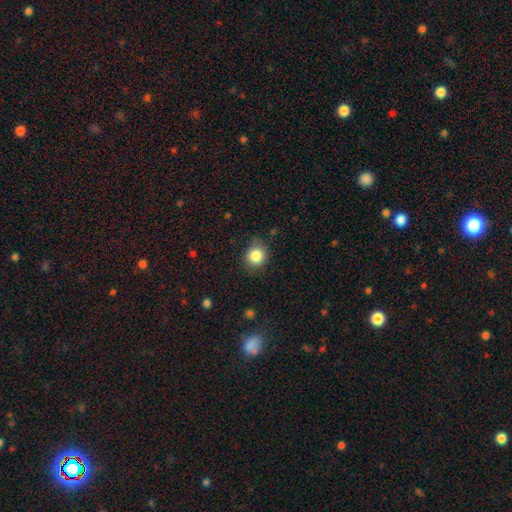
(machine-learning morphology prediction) type=smooth (85%); roundness=round (81%); merging=none (73%).